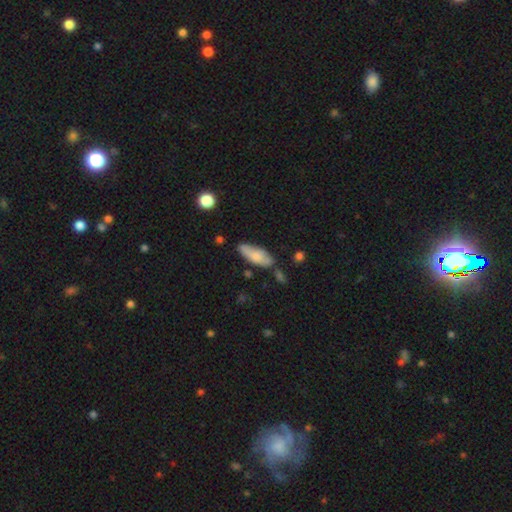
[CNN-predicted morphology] This is likely a smooth galaxy (74%). How rounded: likely in between (73%). Merging: likely none (62%).